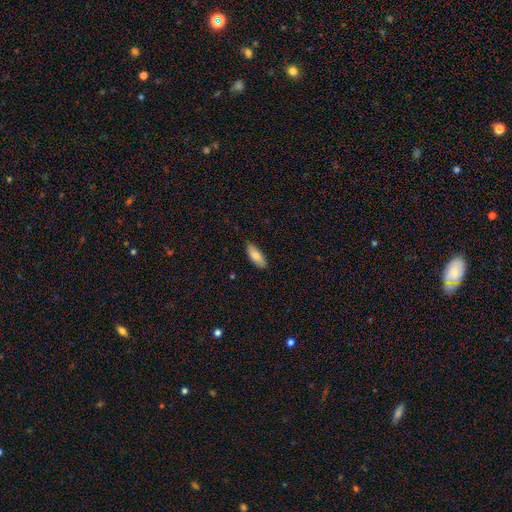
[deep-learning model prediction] smooth 84%, featured or disk 10%, star or artifact 6%. Down the decision tree: how rounded — in between (76%); merging — none (84%).